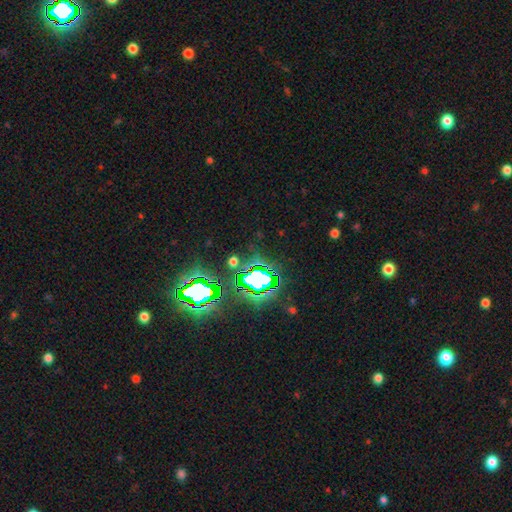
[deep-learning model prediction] Overall: star or artifact (81%).